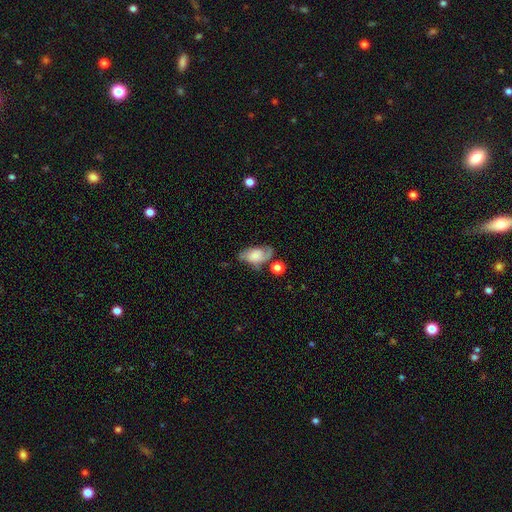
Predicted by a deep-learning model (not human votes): smooth-or-featured: featured or disk: 57% | smooth: 34% | star or artifact: 8%
  disk-edge-on: no: 95% | yes: 5%
    bar: no: 68% | weak: 26% | strong: 6%
    has-spiral-arms: yes: 88% | no: 12%
    bulge-size: small: 43% | moderate: 28% | none: 17% | large: 10% | dominant: 3%
  merging: none: 45% | minor disturbance: 26% | major disturbance: 17% | merger: 11%